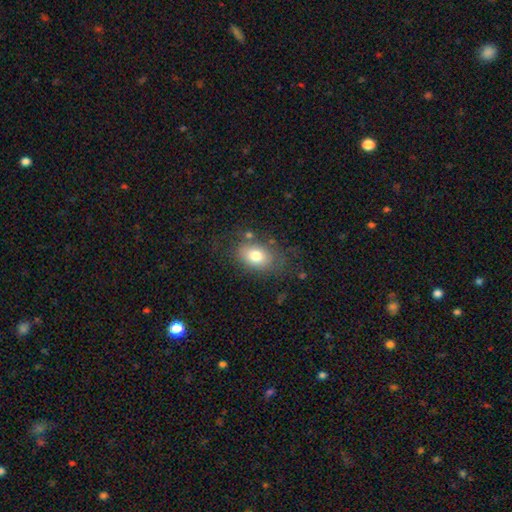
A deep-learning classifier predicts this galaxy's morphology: Smooth or featured? Predicted: smooth (p=0.75). How rounded? Predicted: in between (p=0.81). Merging? Predicted: none (p=0.69).